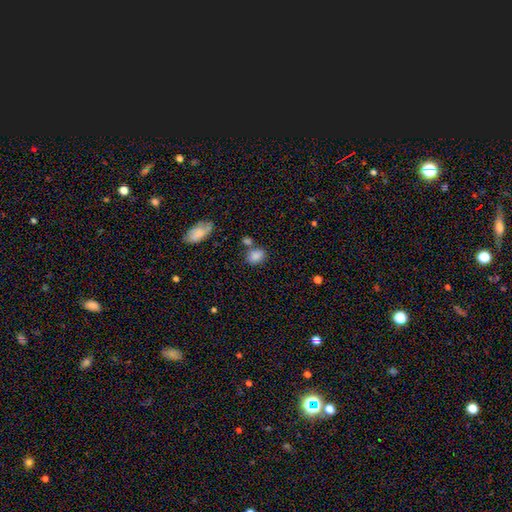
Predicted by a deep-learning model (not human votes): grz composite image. It shows a smooth galaxy with no disk features (84%) that is in between round and cigar-shaped (64%). Merging: none (61%).